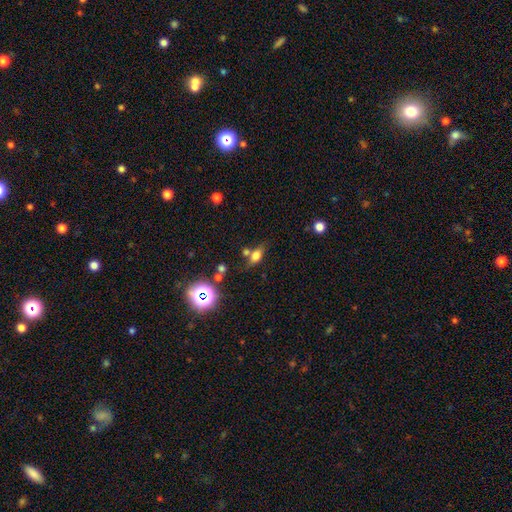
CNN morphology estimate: A smooth galaxy with no disk features (68%) that is in between round and cigar-shaped (73%). Merging: none (56%).